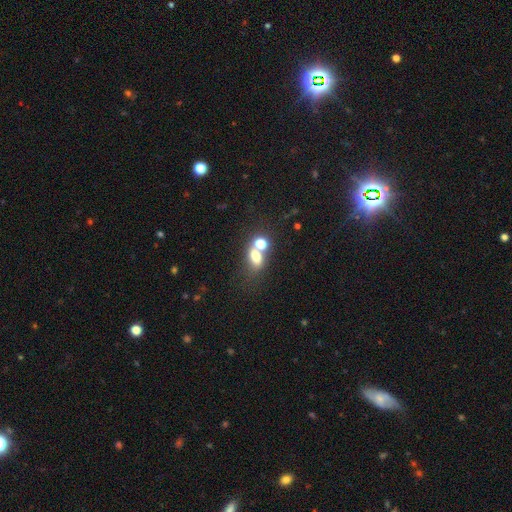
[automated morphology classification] Smooth or featured?
  - smooth: 68% *
  - featured or disk: 16%
  - star or artifact: 16%
How rounded?
  - in between: 66% *
  - round: 31%
  - cigar-shaped: 3%
Merging?
  - merger: 48% *
  - none: 35%
  - minor disturbance: 10%
  - major disturbance: 7%